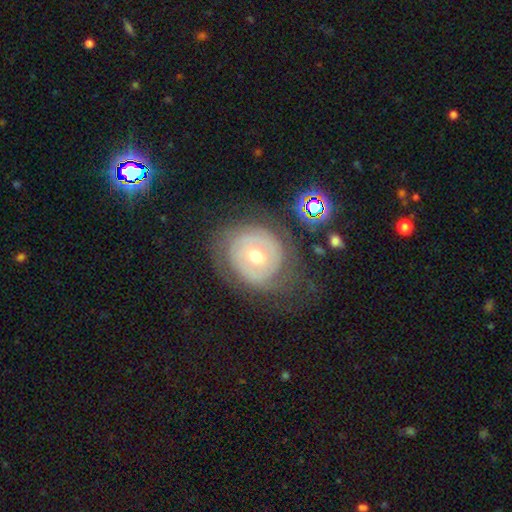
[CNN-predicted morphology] This is likely a featured or disk galaxy (65%). It is clearly not viewed edge-on (97%). Bar: likely no (72%). Spiral arm pattern: possibly yes (55%). Central bulge: likely moderate (63%). Merging: likely none (67%).